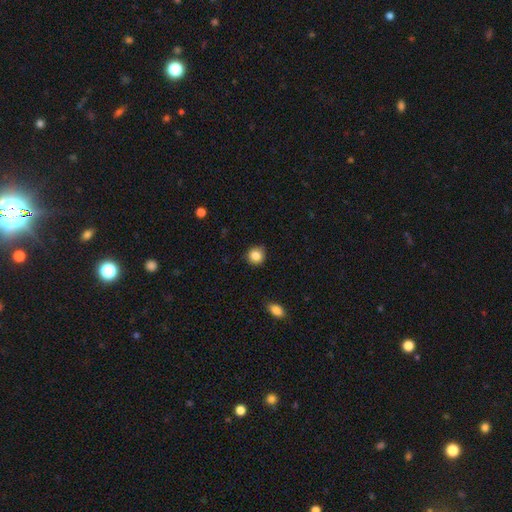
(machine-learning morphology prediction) Smooth or featured?
  - smooth: 85% *
  - star or artifact: 10%
  - featured or disk: 5%
How rounded?
  - round: 91% *
  - in between: 8%
  - cigar-shaped: 1%
Merging?
  - none: 87% *
  - minor disturbance: 10%
  - major disturbance: 2%
  - merger: 1%